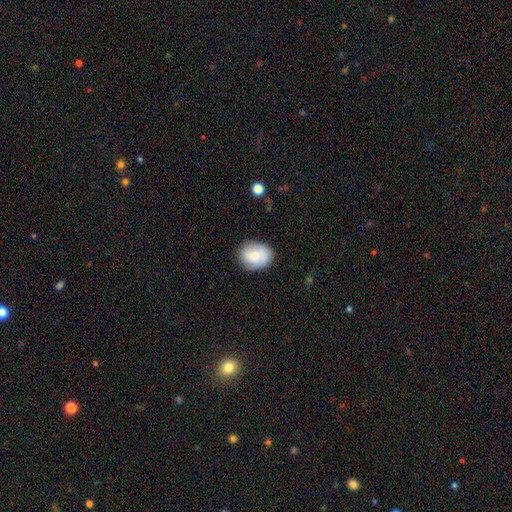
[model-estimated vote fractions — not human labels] This is likely a smooth galaxy (79%). How rounded: likely in between (60%). Merging: likely none (77%).